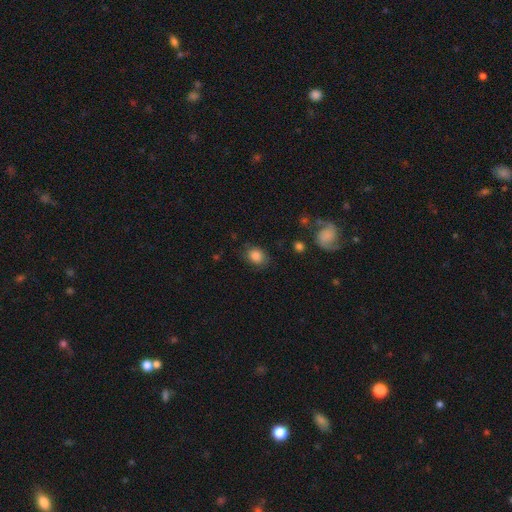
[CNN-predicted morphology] A smooth galaxy with no disk features (84%) that is round (52%).

Vote fractions:
- Smooth or featured? smooth: 84% / star or artifact: 9% / featured or disk: 7%
- How rounded? round: 52% / in between: 47% / cigar-shaped: 1%
- Merging? none: 75% / minor disturbance: 18% / major disturbance: 6% / merger: 2%